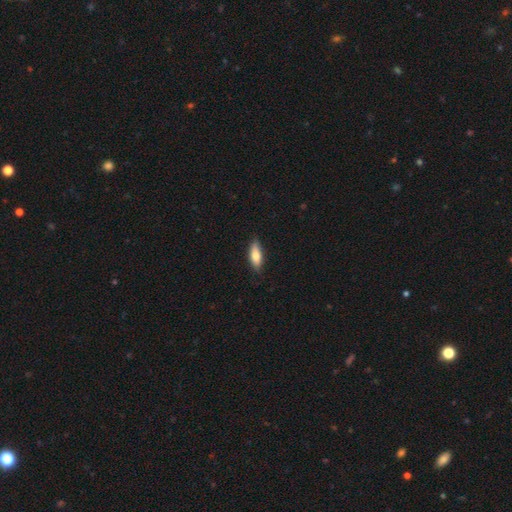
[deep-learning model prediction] Overall: smooth (72%). How rounded: in between (65%; cigar-shaped 33%). Merging: none (82%).